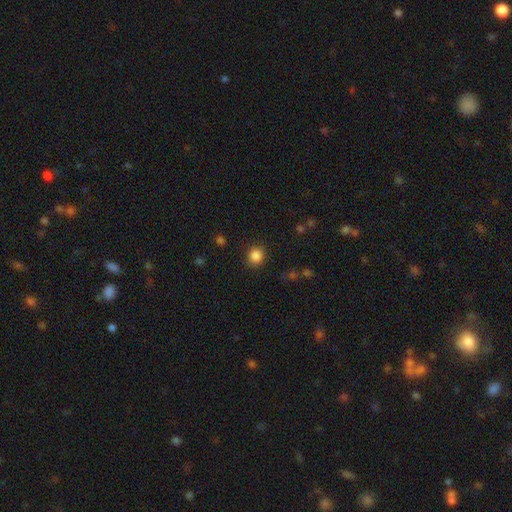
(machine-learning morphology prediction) The model was most divided on "smooth or featured": smooth: 85%, star or artifact: 11%, featured or disk: 4%. More confident: how rounded — round (89%); merging — none (86%).